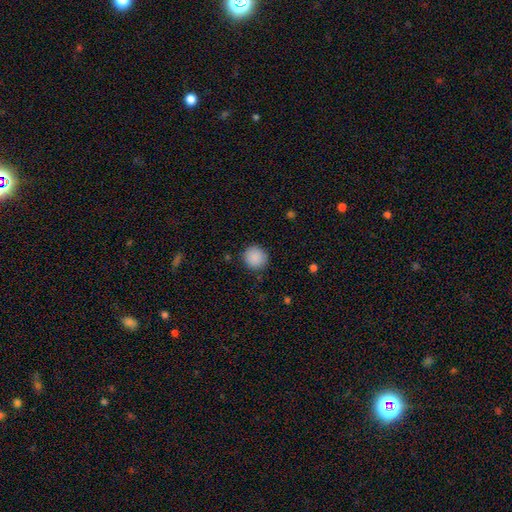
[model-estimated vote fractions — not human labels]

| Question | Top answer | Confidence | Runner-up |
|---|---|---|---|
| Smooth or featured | smooth | 89% | star or artifact (8%) |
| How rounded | round | 92% | in between (7%) |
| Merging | none | 88% | minor disturbance (8%) |